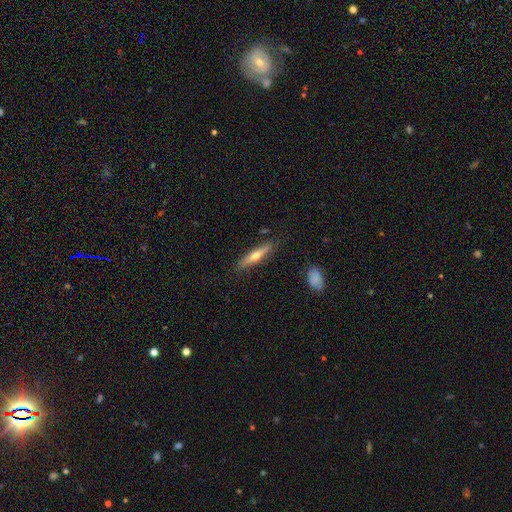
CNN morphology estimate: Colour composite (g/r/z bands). It shows a featured or disk galaxy (47%, tied with smooth). Merging: none (83%).